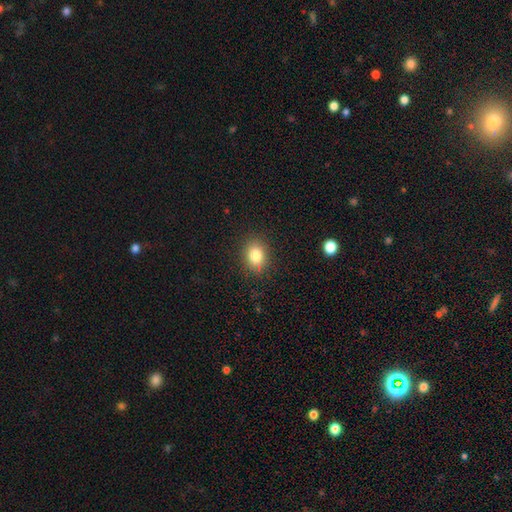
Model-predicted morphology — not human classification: Q: Smooth or featured?
A: smooth (81%); runner-up: star or artifact (11%)
Q: How rounded?
A: round (53%); runner-up: in between (46%)
Q: Merging?
A: none (86%); runner-up: minor disturbance (10%)